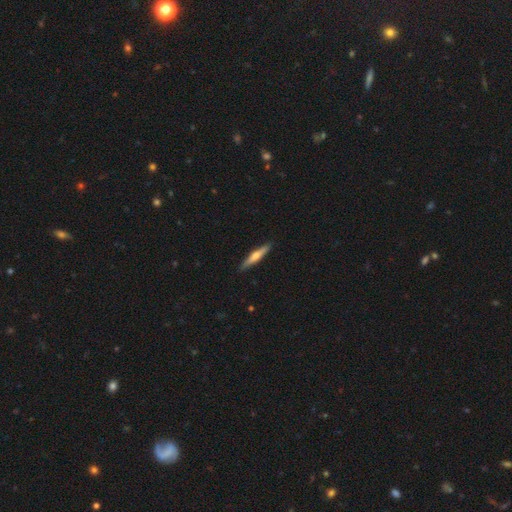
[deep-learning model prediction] The model was most divided on "smooth or featured": featured or disk: 49%, smooth: 46%, star or artifact: 5%. More confident: merging — none (90%).